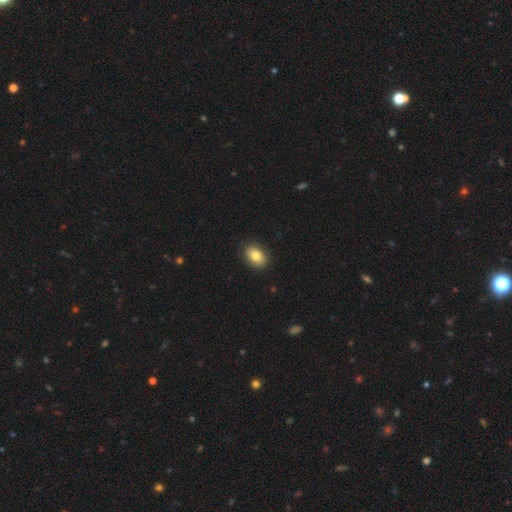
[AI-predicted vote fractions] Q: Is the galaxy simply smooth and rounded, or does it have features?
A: smooth — 82%.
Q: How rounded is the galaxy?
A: in between — 81%.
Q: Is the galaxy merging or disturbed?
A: none — 88%.